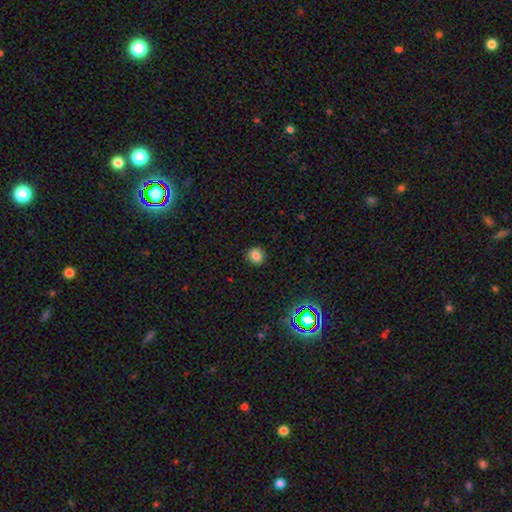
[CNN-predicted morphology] smooth 81%, star or artifact 12%, featured or disk 6%. Down the decision tree: how rounded — round (82%); merging — none (90%).